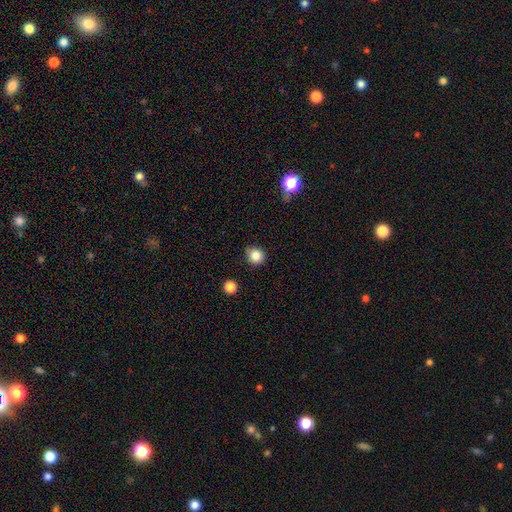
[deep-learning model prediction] A smooth galaxy with no disk features (85%) that is round (91%).

Vote fractions:
- Smooth or featured? smooth: 85% / star or artifact: 11% / featured or disk: 4%
- How rounded? round: 91% / in between: 8% / cigar-shaped: 1%
- Merging? none: 79% / minor disturbance: 15% / merger: 3% / major disturbance: 3%